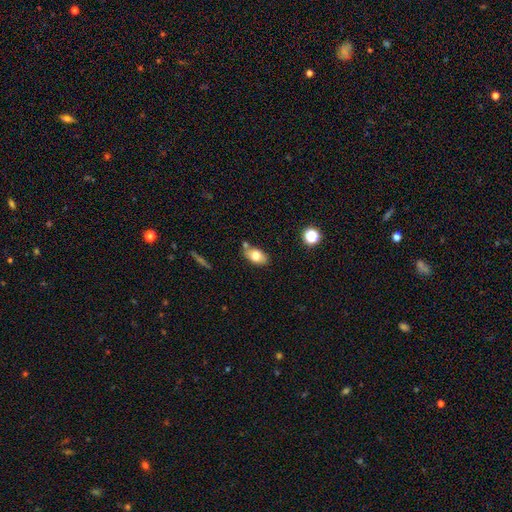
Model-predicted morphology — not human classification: smooth 74%, featured or disk 17%, star or artifact 9%. Down the decision tree: how rounded — in between (87%); merging — none (68%).